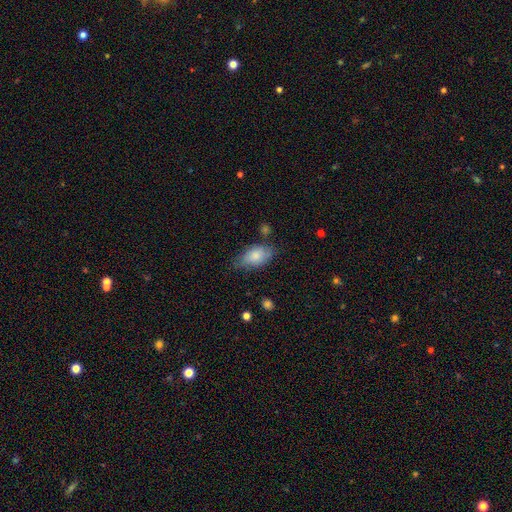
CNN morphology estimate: type=smooth (79%); roundness=in between (91%); merging=none (59%).